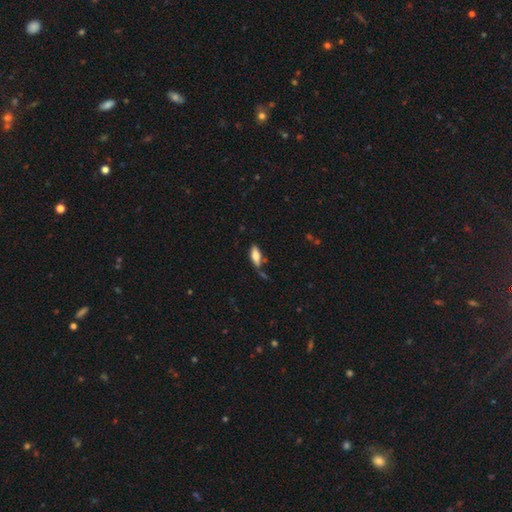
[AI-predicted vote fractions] A smooth galaxy with no disk features (71%) that is in between round and cigar-shaped (74%). Merging: none (59%).